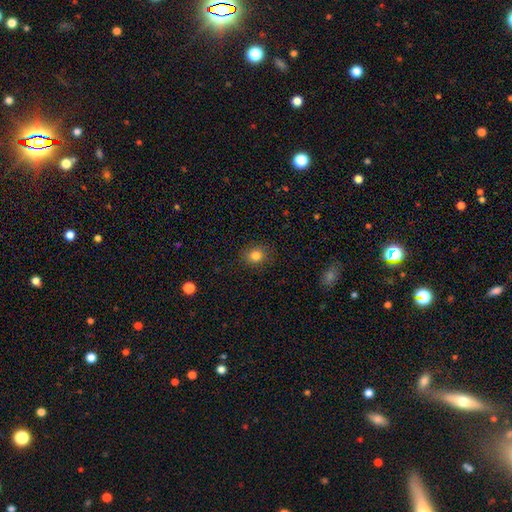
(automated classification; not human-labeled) smooth-or-featured: smooth: 82% | star or artifact: 12% | featured or disk: 6%
  how-rounded: round: 70% | in between: 29% | cigar-shaped: 1%
  merging: none: 87% | minor disturbance: 9% | major disturbance: 3% | merger: 1%